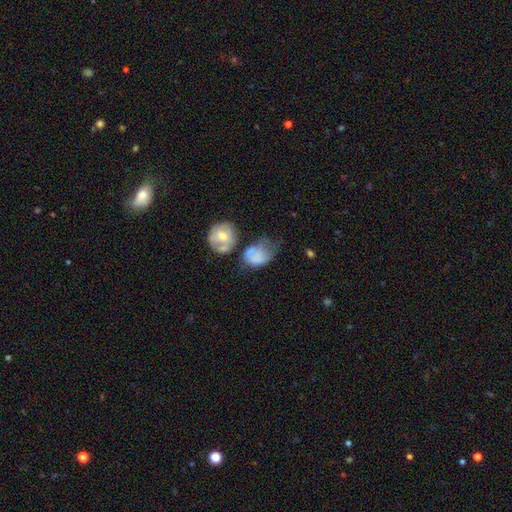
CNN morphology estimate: Smooth or featured? Predicted: smooth (p=0.61). How rounded? Predicted: in between (p=0.64). Merging? Predicted: major disturbance (p=0.33).